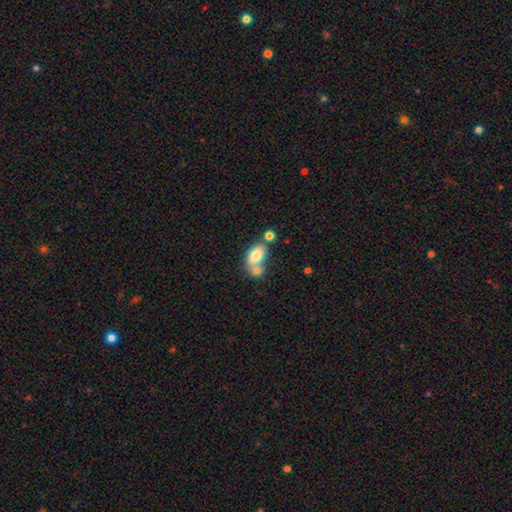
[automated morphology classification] Smooth or featured? Predicted: smooth (p=0.78). How rounded? Predicted: in between (p=0.88). Merging? Predicted: merger (p=0.51).